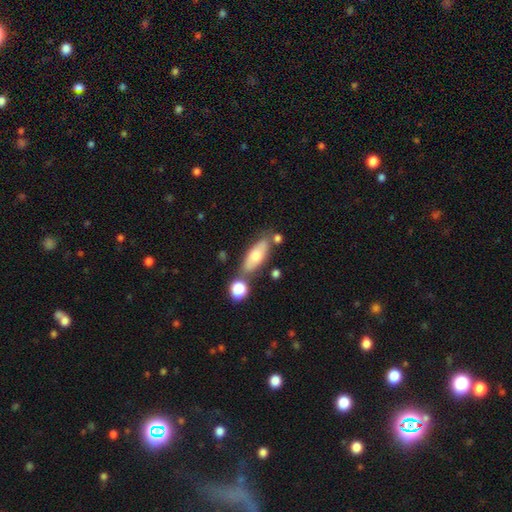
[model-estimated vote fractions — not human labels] Morphology: type=smooth (57%); roundness=in between (72%); merging=none (68%).